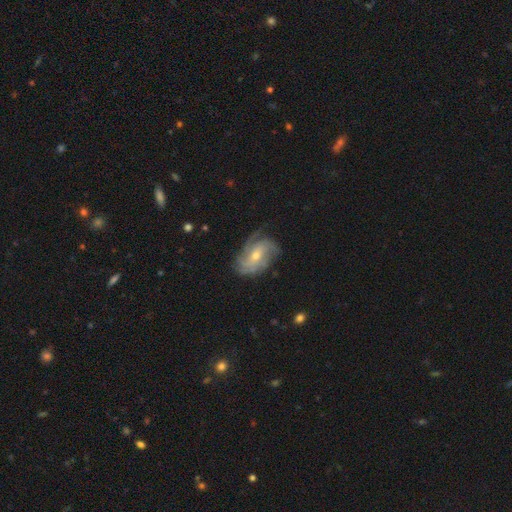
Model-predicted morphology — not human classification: Smooth or featured: featured or disk — 78% (smooth — 14%)
Edge-on disk: no — 96% (yes — 4%)
Bar: no — 61% (weak — 32%)
Spiral arms: yes — 93% (no — 7%)
Spiral winding: tight — 43% (medium — 39%)
Spiral arm count: can't tell — 31% (3 — 25%)
Bulge size: small — 54% (moderate — 42%)
Merging: none — 67% (minor disturbance — 22%)